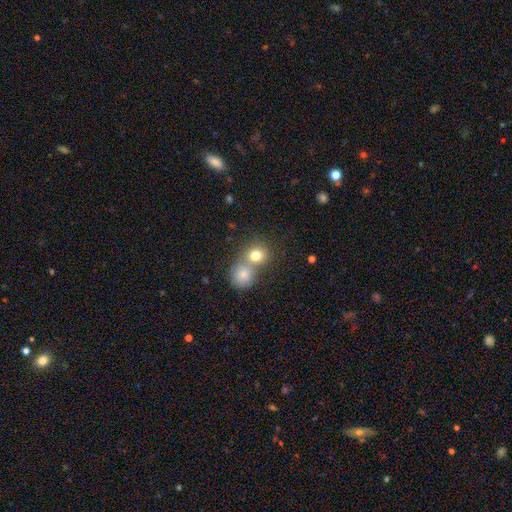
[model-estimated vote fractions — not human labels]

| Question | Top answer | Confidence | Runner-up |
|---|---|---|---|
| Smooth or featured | smooth | 78% | featured or disk (11%) |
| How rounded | round | 79% | in between (20%) |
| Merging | merger | 55% | none (36%) |